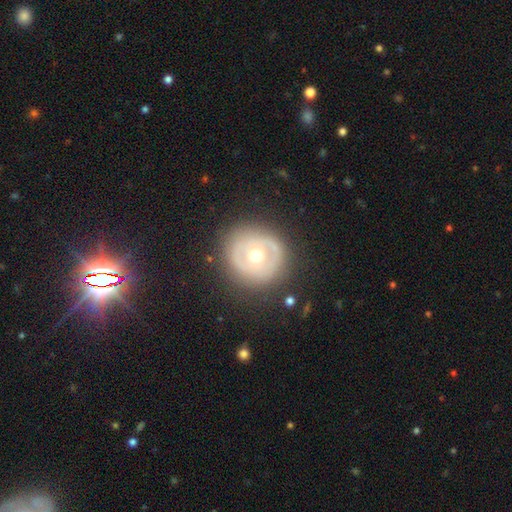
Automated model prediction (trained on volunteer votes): Smooth or featured? Predicted: featured or disk (p=0.59). Edge-on disk? Predicted: no (p=0.95). Bar? Predicted: no (p=0.79). Spiral arms? Predicted: no (p=0.75). Bulge size? Predicted: moderate (p=0.69). Merging? Predicted: none (p=0.81).